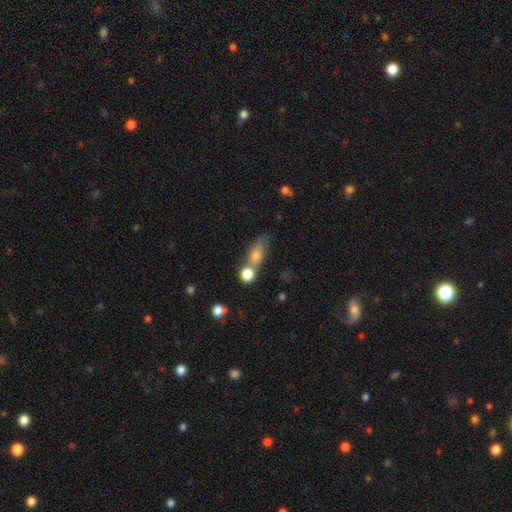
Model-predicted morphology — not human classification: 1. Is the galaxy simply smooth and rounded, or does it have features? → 72% smooth, 17% featured or disk, 11% star or artifact.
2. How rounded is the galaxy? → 66% in between, 18% cigar-shaped, 17% round.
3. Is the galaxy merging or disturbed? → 45% none, 30% merger, 17% minor disturbance, 8% major disturbance.